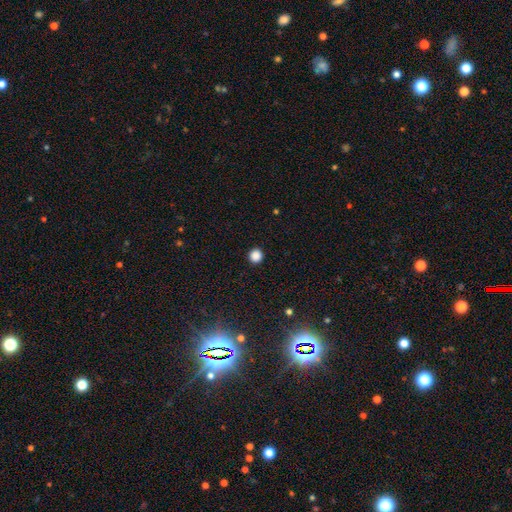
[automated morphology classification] Q: Smooth or featured?
A: smooth (86%); runner-up: star or artifact (11%)
Q: How rounded?
A: round (95%); runner-up: in between (4%)
Q: Merging?
A: none (93%); runner-up: minor disturbance (4%)